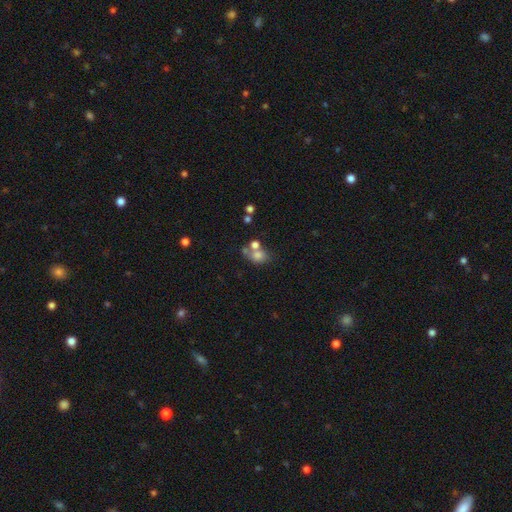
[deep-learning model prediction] smooth-or-featured: smooth: 63% | star or artifact: 19% | featured or disk: 18%
  how-rounded: in between: 49% (tied) | round: 49% (tied) | cigar-shaped: 2%
  merging: none: 40% | merger: 39% | minor disturbance: 13% | major disturbance: 8%